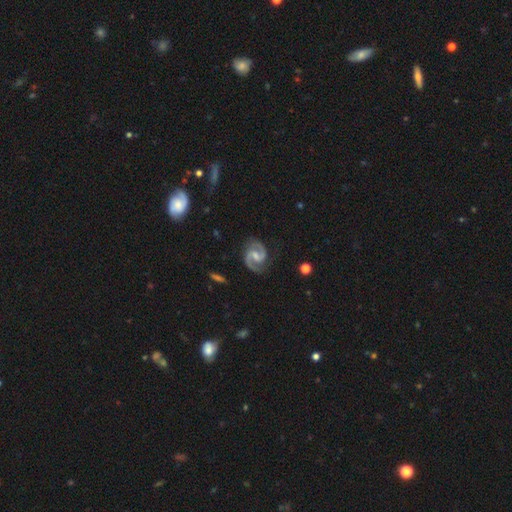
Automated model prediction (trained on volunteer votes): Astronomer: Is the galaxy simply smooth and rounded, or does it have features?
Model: featured or disk — 92%.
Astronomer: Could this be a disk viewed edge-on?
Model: no — 98%.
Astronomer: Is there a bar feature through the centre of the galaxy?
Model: weak — 55%.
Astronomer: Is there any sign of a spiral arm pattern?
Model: yes — 98%.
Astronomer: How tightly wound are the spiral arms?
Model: medium — 64%.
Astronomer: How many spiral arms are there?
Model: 2 — 94%.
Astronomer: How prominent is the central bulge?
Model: moderate — 40%, tied with small at 40%.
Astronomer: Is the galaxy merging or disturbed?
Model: none — 83%.